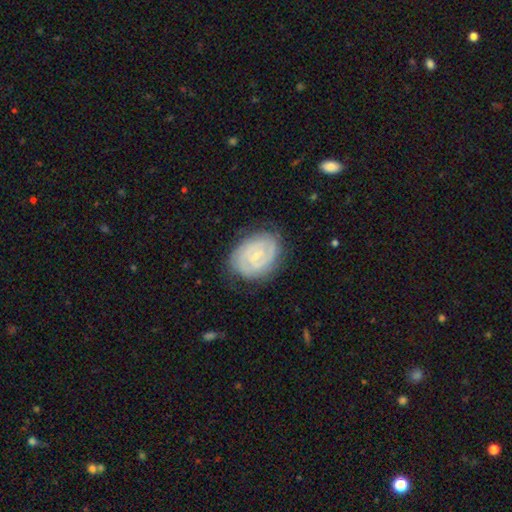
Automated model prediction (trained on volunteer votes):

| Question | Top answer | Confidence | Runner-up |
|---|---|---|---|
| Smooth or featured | featured or disk | 82% | smooth (12%) |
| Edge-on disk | no | 98% | yes (2%) |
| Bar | no | 47% | weak (42%) |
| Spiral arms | yes | 95% | no (5%) |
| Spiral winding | tight | 73% | medium (22%) |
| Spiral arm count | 2 | 57% | can't tell (20%) |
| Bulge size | small | 77% | moderate (16%) |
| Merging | none | 80% | minor disturbance (15%) |